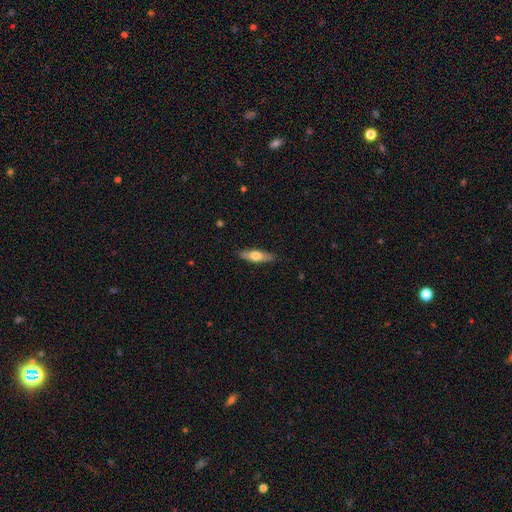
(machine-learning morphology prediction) Smooth or featured?
  - smooth: 61% *
  - featured or disk: 34%
  - star or artifact: 6%
How rounded?
  - cigar-shaped: 51% *
  - in between: 46%
  - round: 2%
Merging?
  - none: 87% *
  - minor disturbance: 10%
  - major disturbance: 2%
  - merger: 1%